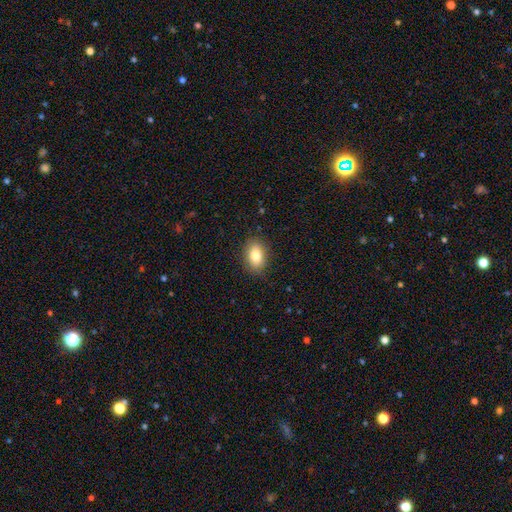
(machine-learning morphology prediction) Smooth or featured? Predicted: smooth (p=0.83). How rounded? Predicted: in between (p=0.85). Merging? Predicted: none (p=0.87).